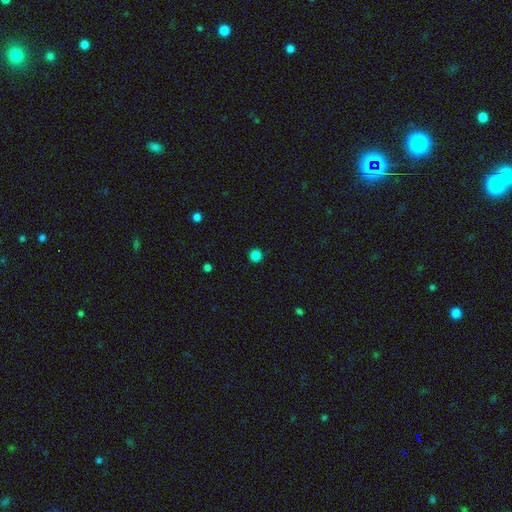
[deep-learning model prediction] Smooth or featured? Predicted: smooth (p=0.84). How rounded? Predicted: round (p=0.96). Merging? Predicted: none (p=0.92).